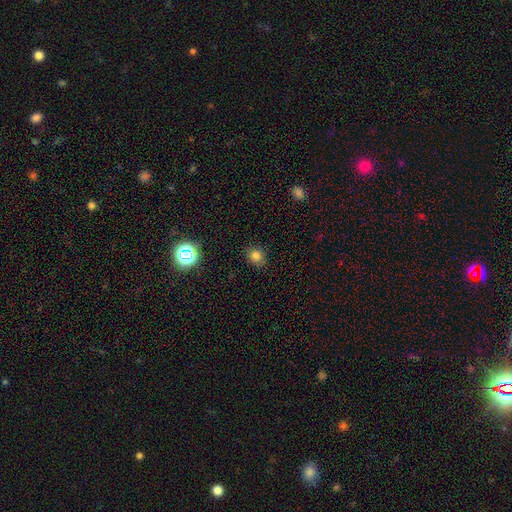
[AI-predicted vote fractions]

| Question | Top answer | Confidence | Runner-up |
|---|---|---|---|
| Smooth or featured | smooth | 77% | star or artifact (16%) |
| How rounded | round | 71% | in between (28%) |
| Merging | none | 87% | minor disturbance (10%) |